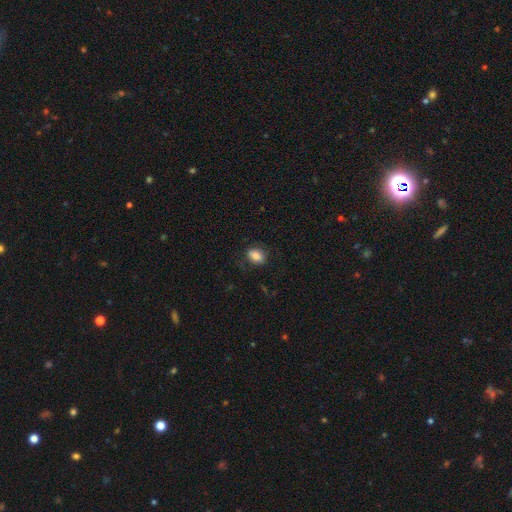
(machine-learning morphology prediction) This appears to be a smooth galaxy with no disk features (82%) that is in between round and cigar-shaped (72%). Merging: none (79%).